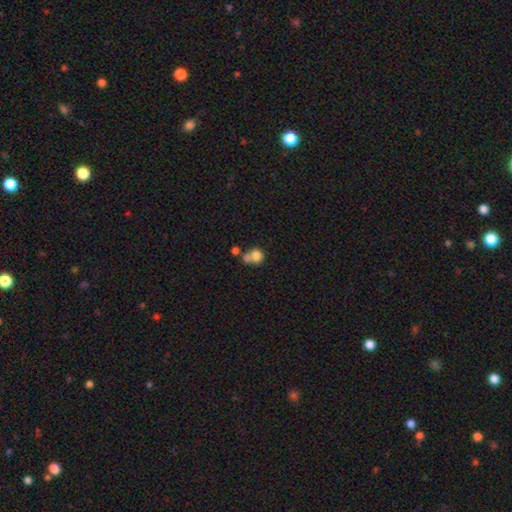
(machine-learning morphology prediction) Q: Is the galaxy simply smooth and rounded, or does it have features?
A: smooth — 77%.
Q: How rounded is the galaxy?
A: round — 75%.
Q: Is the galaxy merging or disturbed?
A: merger — 48%.